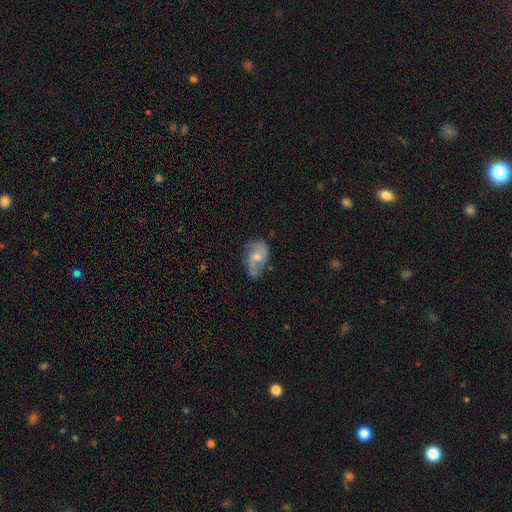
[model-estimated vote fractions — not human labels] The model was most divided on "bulge size": moderate: 46%, small: 42%, none: 7%, large: 4%, dominant: 1%. More confident: edge-on disk — no (96%); spiral arms — yes (84%); smooth or featured — featured or disk (60%); bar — no (59%); merging — none (55%).